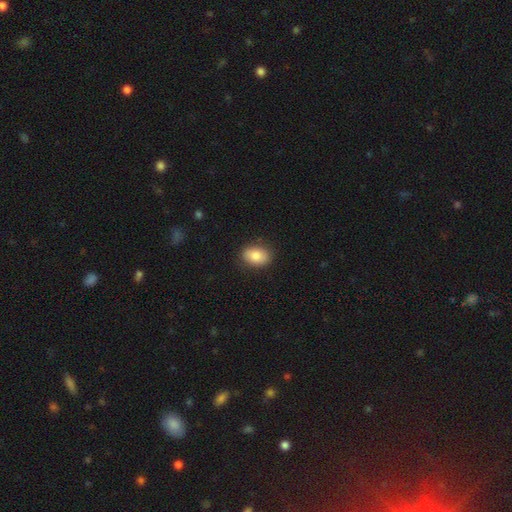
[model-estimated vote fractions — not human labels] Overall: smooth (83%). How rounded: in between (77%). Merging: none (86%).